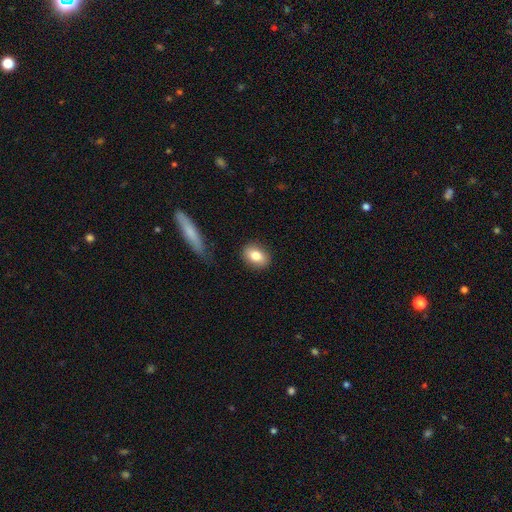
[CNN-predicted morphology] A smooth galaxy with no disk features (81%) that is in between round and cigar-shaped (68%). Merging: none (85%).